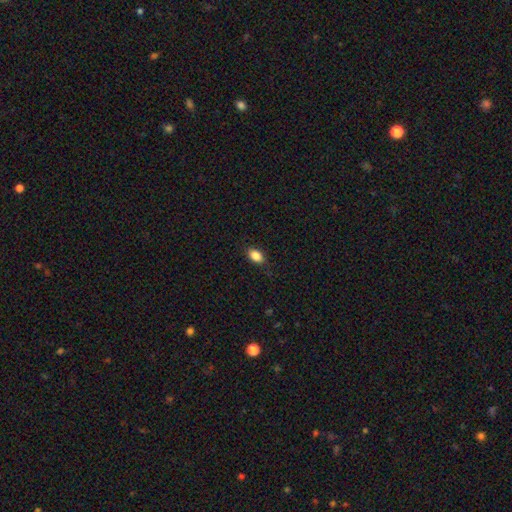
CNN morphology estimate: A smooth galaxy with no disk features (87%) that is in between round and cigar-shaped (85%).

Vote fractions:
- Smooth or featured? smooth: 87% / star or artifact: 9% / featured or disk: 5%
- How rounded? in between: 85% / round: 13% / cigar-shaped: 2%
- Merging? none: 86% / minor disturbance: 11% / major disturbance: 3% / merger: 1%